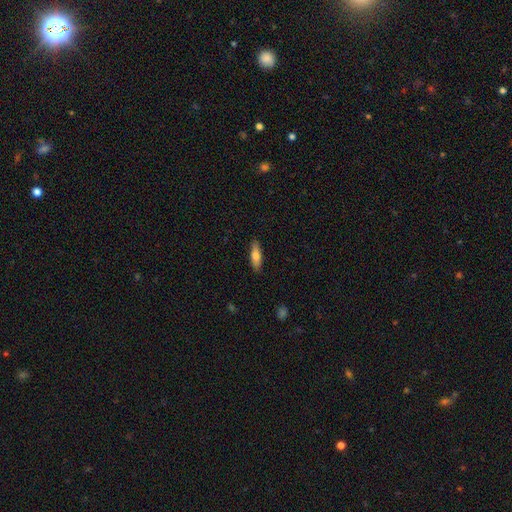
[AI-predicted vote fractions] Overall: smooth (70%). How rounded: cigar-shaped (50%; in between 48%). Merging: none (88%).